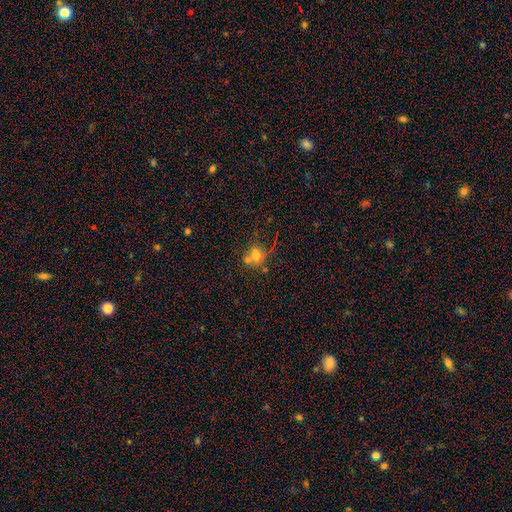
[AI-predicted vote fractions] A smooth galaxy with no disk features (51%) that is round (65%).

Vote fractions:
- Smooth or featured? smooth: 51% / star or artifact: 26% / featured or disk: 23%
- How rounded? round: 65% / in between: 33% / cigar-shaped: 2%
- Merging? none: 42% / merger: 30% / minor disturbance: 15% / major disturbance: 13%